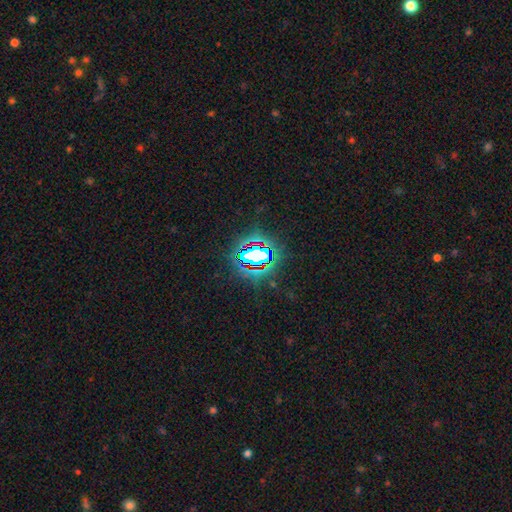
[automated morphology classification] This is likely a star or artifact rather than a galaxy (74%).